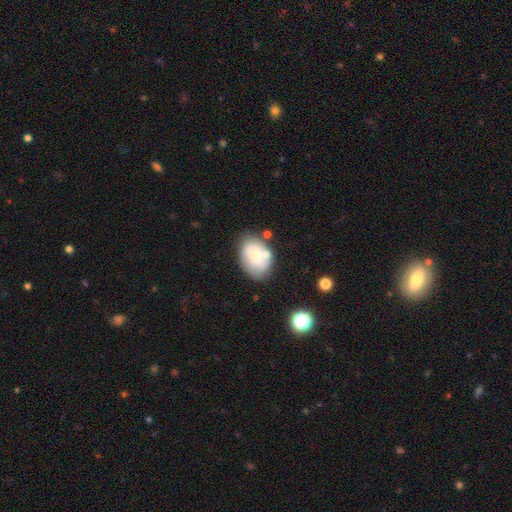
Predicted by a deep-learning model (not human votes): The model was most divided on "smooth or featured": smooth: 53%, featured or disk: 40%, star or artifact: 8%. More confident: how rounded — in between (75%); merging — none (59%).